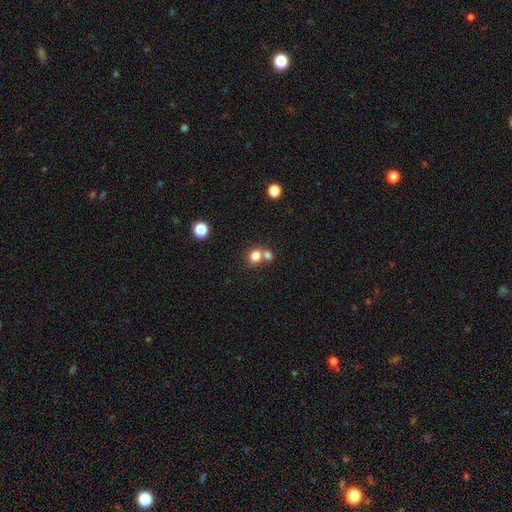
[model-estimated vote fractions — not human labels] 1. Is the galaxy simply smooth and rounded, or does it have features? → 80% smooth, 12% star or artifact, 8% featured or disk.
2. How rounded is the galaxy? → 64% round, 35% in between, 1% cigar-shaped.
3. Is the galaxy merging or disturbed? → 46% merger, 43% none, 7% minor disturbance, 3% major disturbance.